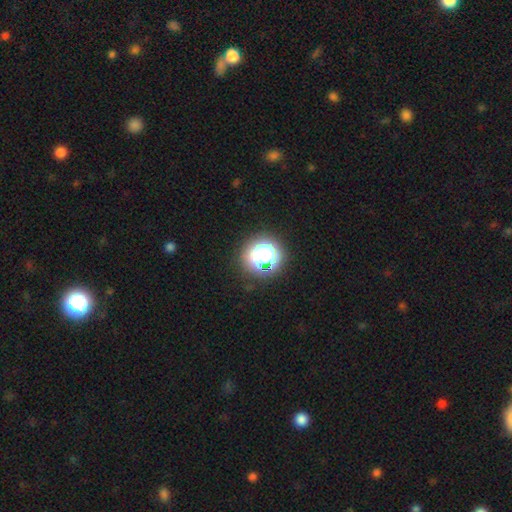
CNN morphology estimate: This is possibly a star or artifact rather than a galaxy (47%).